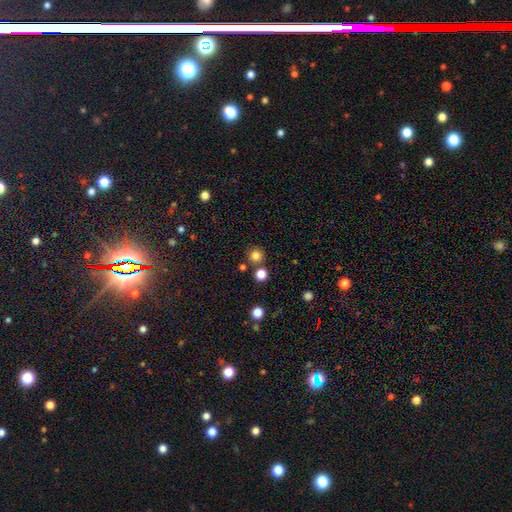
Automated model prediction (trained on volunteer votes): Smooth or featured?
  - smooth: 80% *
  - star or artifact: 15%
  - featured or disk: 5%
How rounded?
  - round: 94% *
  - in between: 5%
  - cigar-shaped: 1%
Merging?
  - none: 82% *
  - merger: 10%
  - minor disturbance: 6%
  - major disturbance: 2%